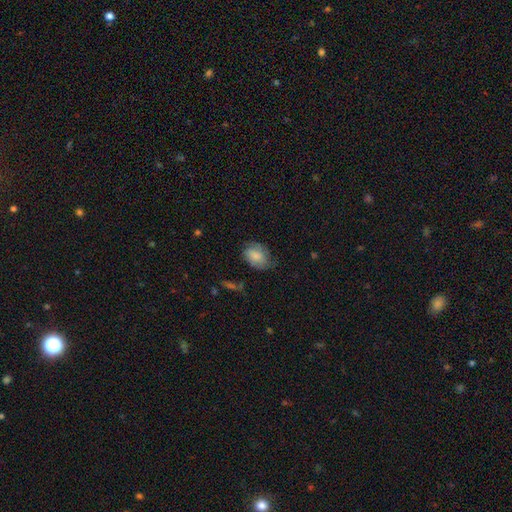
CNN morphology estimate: Q: Smooth or featured?
A: smooth (69%); runner-up: featured or disk (24%)
Q: How rounded?
A: in between (76%); runner-up: round (23%)
Q: Merging?
A: none (56%); runner-up: minor disturbance (31%)